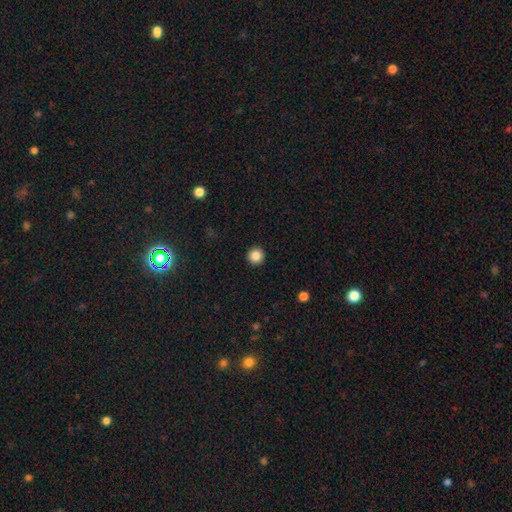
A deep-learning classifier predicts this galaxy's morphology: A smooth galaxy with no disk features (86%) that is round (96%).

Vote fractions:
- Smooth or featured? smooth: 86% / star or artifact: 10% / featured or disk: 4%
- How rounded? round: 96% / in between: 3% / cigar-shaped: 1%
- Merging? none: 94% / minor disturbance: 4% / major disturbance: 1% / merger: 1%